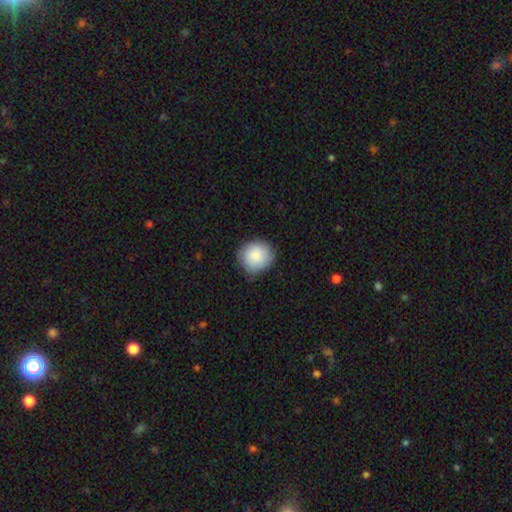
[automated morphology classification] A smooth galaxy with no disk features (85%) that is round (86%). Merging: none (76%).